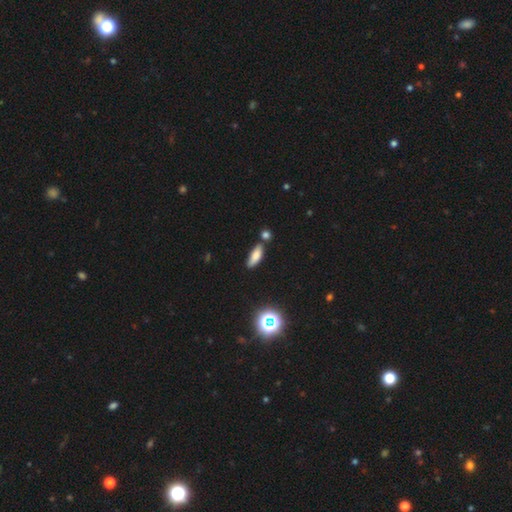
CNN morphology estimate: A smooth galaxy with no disk features (77%) that is in between round and cigar-shaped (62%). Merging: none (67%).